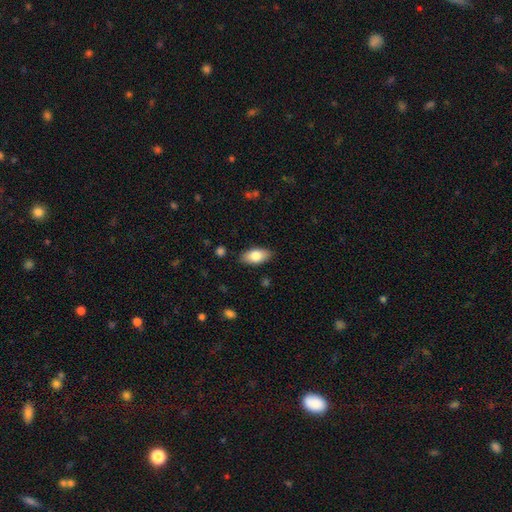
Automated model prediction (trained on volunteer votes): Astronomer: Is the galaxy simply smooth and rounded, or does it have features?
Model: smooth — 79%.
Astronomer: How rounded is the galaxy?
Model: in between — 91%.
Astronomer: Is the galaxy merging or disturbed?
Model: none — 86%.